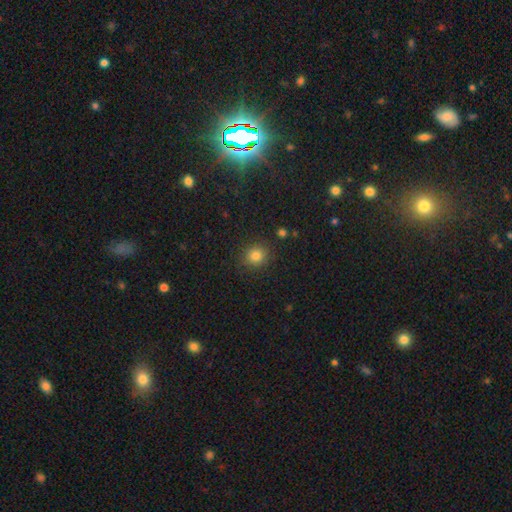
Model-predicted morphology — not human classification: smooth-or-featured: smooth: 82% | star or artifact: 12% | featured or disk: 6%
  how-rounded: round: 82% | in between: 17% | cigar-shaped: 1%
  merging: none: 88% | minor disturbance: 8% | major disturbance: 3% | merger: 1%